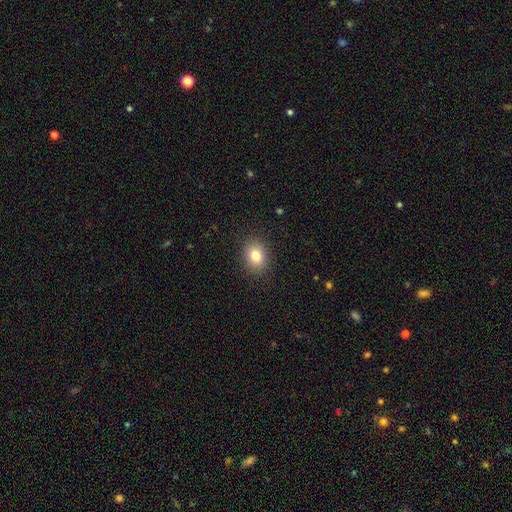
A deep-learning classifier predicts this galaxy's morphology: smooth-or-featured: smooth: 82% | star or artifact: 10% | featured or disk: 8%
  how-rounded: in between: 58% | round: 41% | cigar-shaped: 1%
  merging: none: 88% | minor disturbance: 8% | major disturbance: 3% | merger: 1%